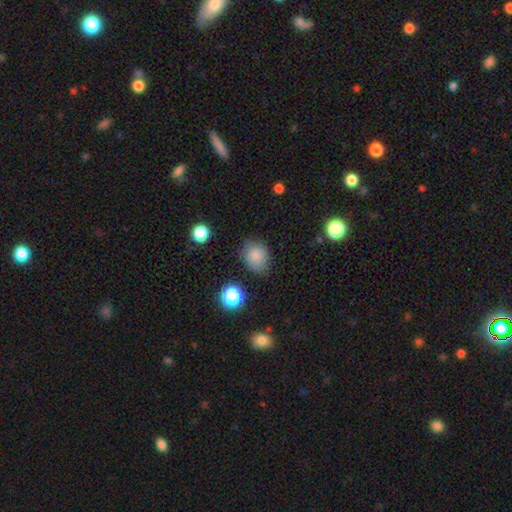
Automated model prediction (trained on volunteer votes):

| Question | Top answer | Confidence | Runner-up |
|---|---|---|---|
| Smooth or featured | smooth | 82% | star or artifact (11%) |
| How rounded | round | 57% | in between (42%) |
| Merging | none | 73% | minor disturbance (20%) |